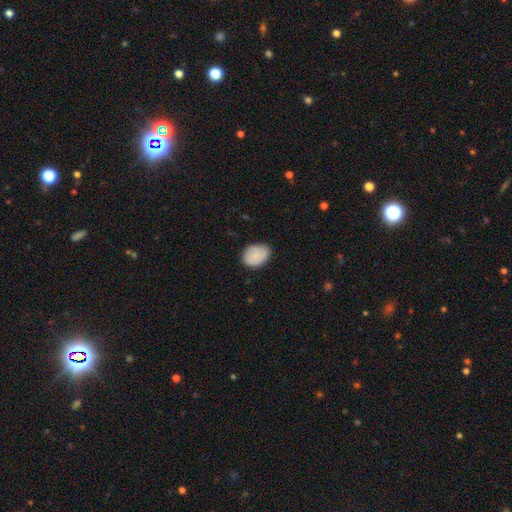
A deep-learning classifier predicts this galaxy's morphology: Overall: smooth (78%). How rounded: in between (71%). Merging: none (72%).